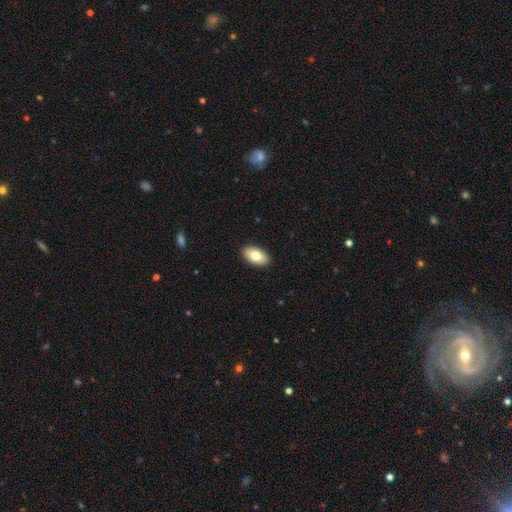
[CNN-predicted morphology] Smooth or featured?
  - smooth: 79% *
  - featured or disk: 14%
  - star or artifact: 7%
How rounded?
  - in between: 94% *
  - round: 4%
  - cigar-shaped: 2%
Merging?
  - none: 90% *
  - minor disturbance: 7%
  - major disturbance: 2%
  - merger: 1%